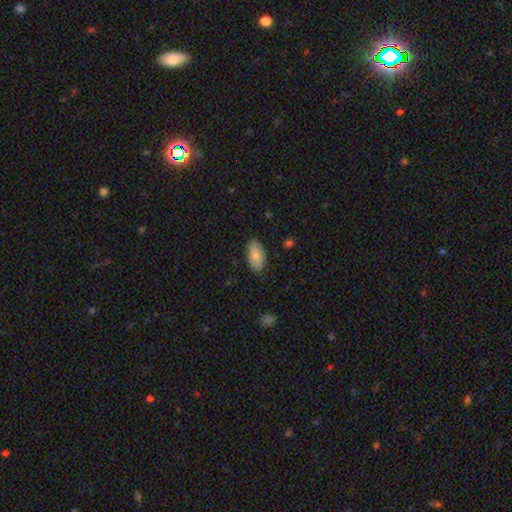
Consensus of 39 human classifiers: smooth_or_featured: smooth (p=0.82) [alt: featured or disk p=0.10]
how_rounded: in between (p=0.94) [alt: round p=0.03]
merging: none (p=0.81) [alt: minor disturbance p=0.11]